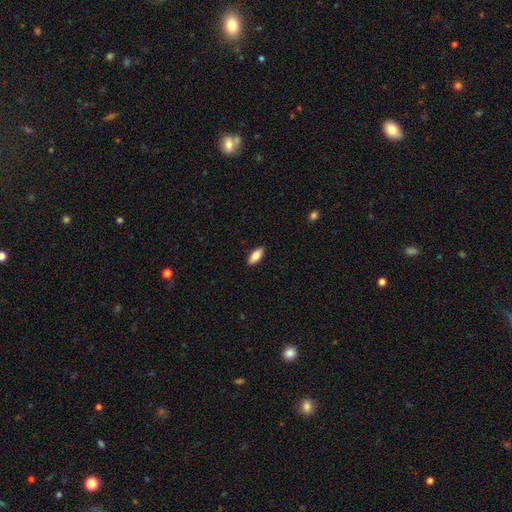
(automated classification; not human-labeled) This appears to be a smooth galaxy with no disk features (82%) that is in between round and cigar-shaped (85%). Merging: none (90%).